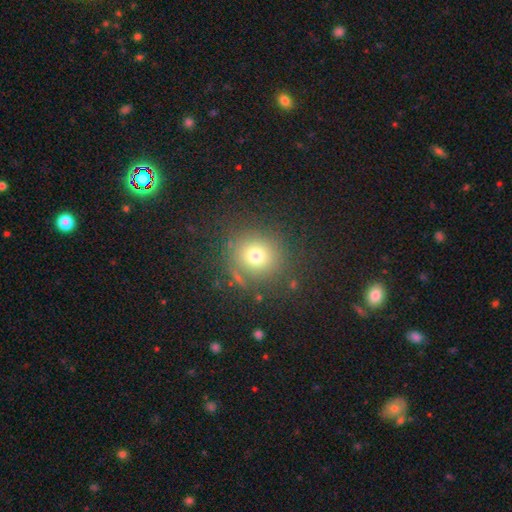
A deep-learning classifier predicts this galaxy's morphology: type=smooth (72%); roundness=round (85%); merging=none (82%).